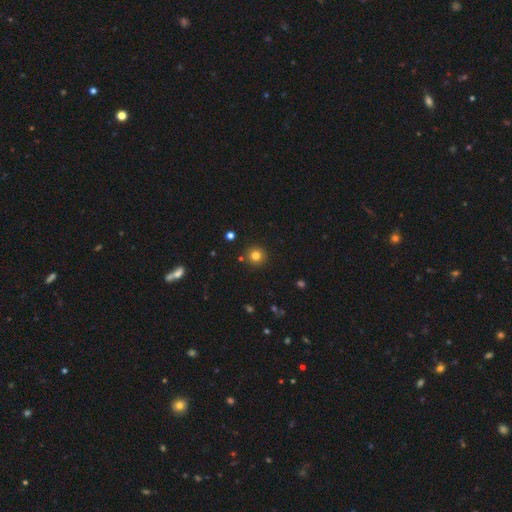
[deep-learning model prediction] Overall: smooth (80%). How rounded: round (95%). Merging: none (90%).